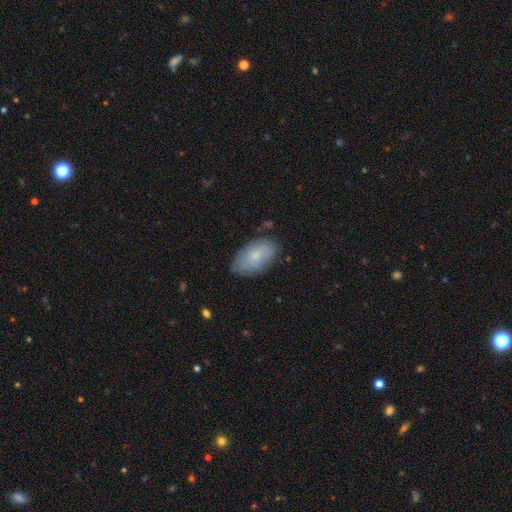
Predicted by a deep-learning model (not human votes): Overall: smooth (74%). How rounded: in between (94%). Merging: none (77%).